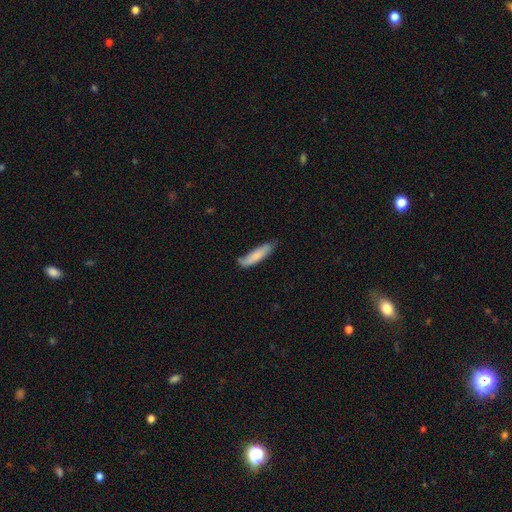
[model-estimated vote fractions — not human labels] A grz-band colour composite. It shows a smooth galaxy with no disk features (79%) that is cigar-shaped (74%). Merging: none (62%).